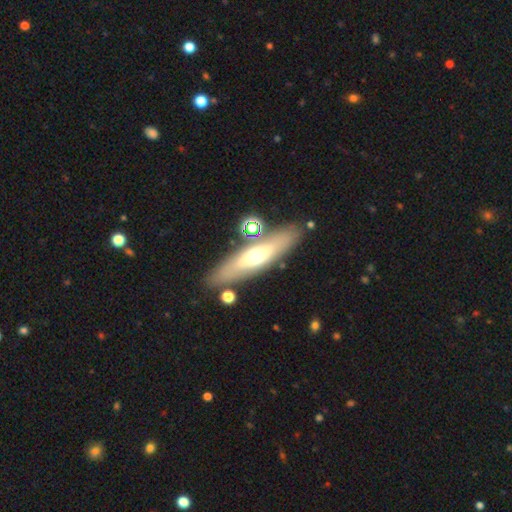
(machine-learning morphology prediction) This is possibly a featured or disk galaxy (51%). It is likely viewed edge-on (67%). Merging: clearly none (81%).